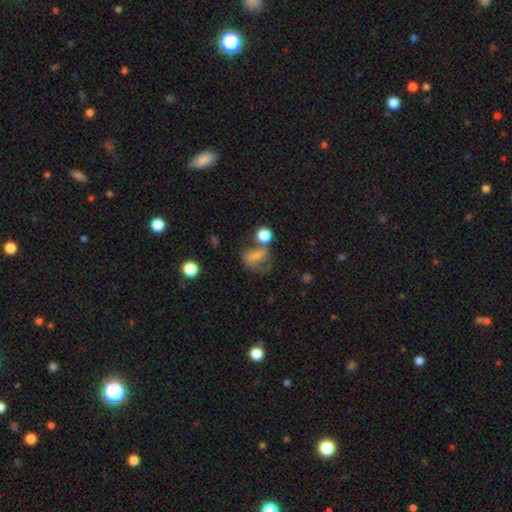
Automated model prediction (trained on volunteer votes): smooth 52%, featured or disk 28%, star or artifact 20%. Down the decision tree: how rounded — in between (57%); merging — none (39%).